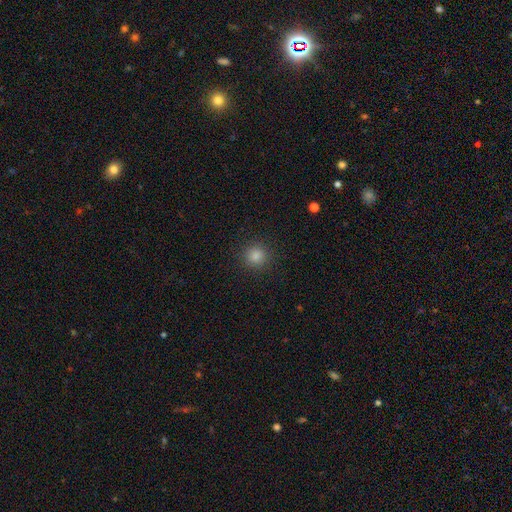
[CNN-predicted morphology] A smooth galaxy with no disk features (81%) that is round (95%). Merging: none (92%).